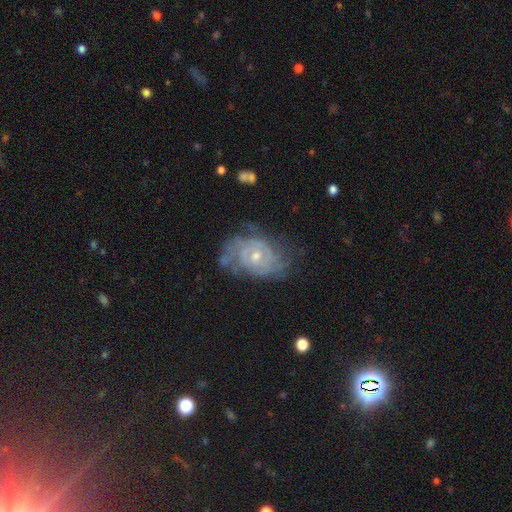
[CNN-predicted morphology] type=featured or disk (82%); edge-on=no (96%); bar=no (71%); spiral arms=yes (88%); winding=tight (67%); arm count=can't tell (43%); bulge=small (51%); merging=none (59%).